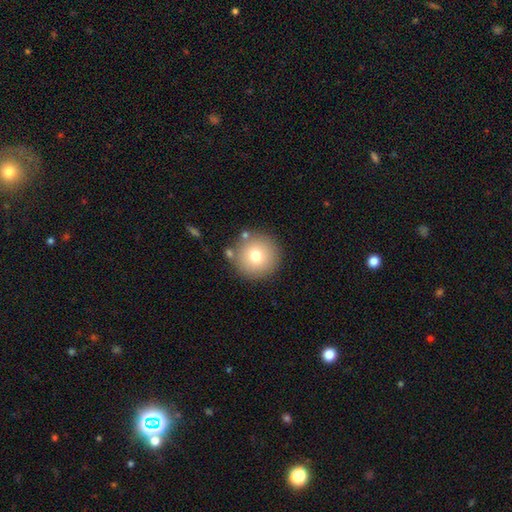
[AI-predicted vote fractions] The model was most divided on "smooth or featured": smooth: 75%, featured or disk: 14%, star or artifact: 11%. More confident: how rounded — round (96%); merging — none (83%).